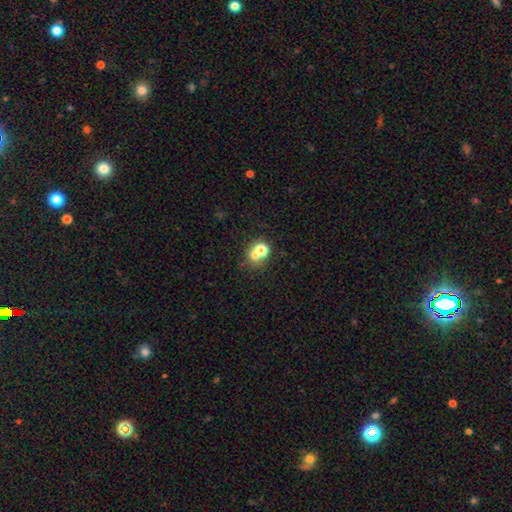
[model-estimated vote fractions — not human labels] A smooth galaxy with no disk features (63%) that is round (76%).

Vote fractions:
- Smooth or featured? smooth: 63% / star or artifact: 22% / featured or disk: 15%
- How rounded? round: 76% / in between: 23% / cigar-shaped: 1%
- Merging? none: 46% / merger: 41% / minor disturbance: 8% / major disturbance: 5%